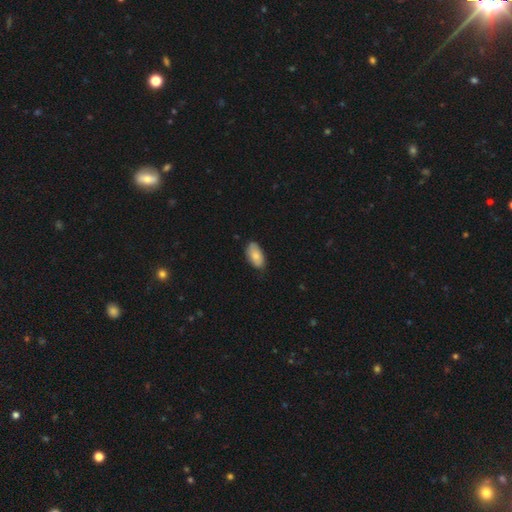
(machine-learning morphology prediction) Smooth or featured? smooth (82%)
How rounded? in between (94%)
Merging? none (75%)